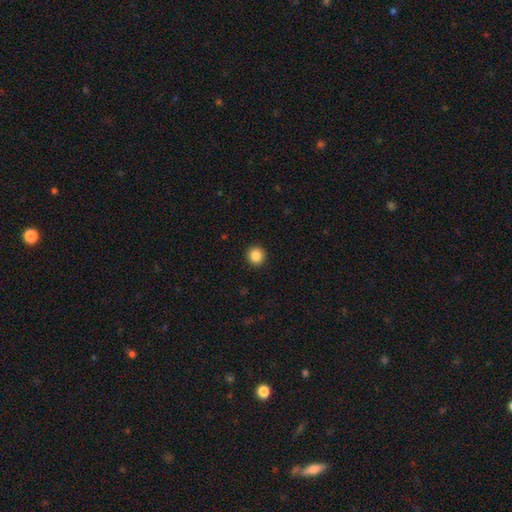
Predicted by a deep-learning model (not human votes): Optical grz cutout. It shows a smooth galaxy with no disk features (87%) that is round (93%). Merging: none (93%).